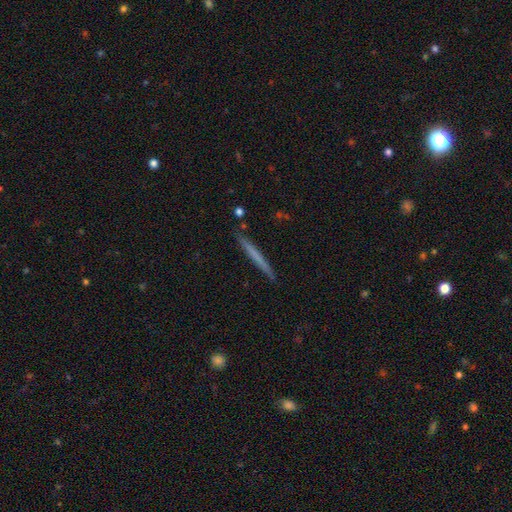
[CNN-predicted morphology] Smooth or featured? smooth (57%)
How rounded? cigar-shaped (97%)
Merging? none (90%)